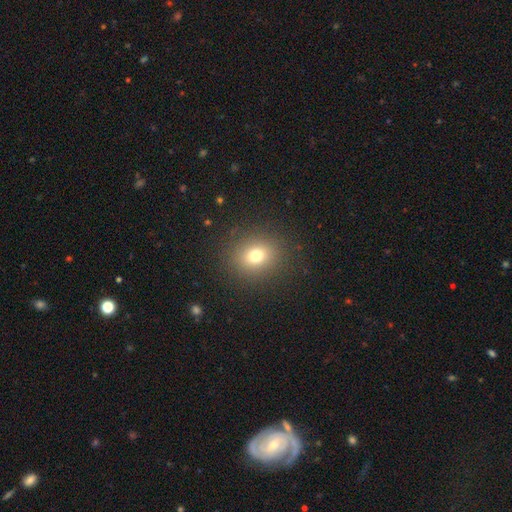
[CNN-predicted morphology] Smooth or featured? Predicted: smooth (p=0.75). How rounded? Predicted: round (p=0.68). Merging? Predicted: none (p=0.87).